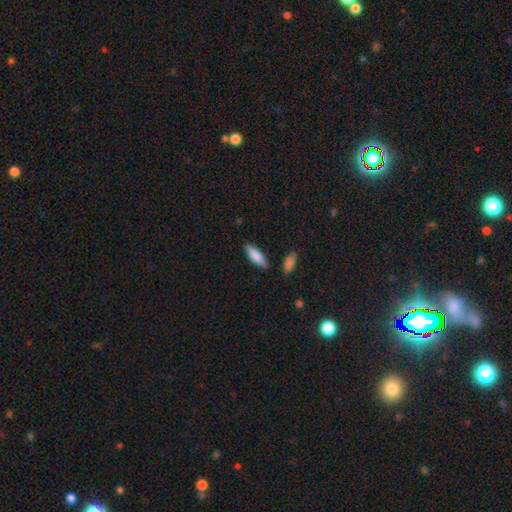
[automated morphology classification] Smooth or featured? smooth (81%)
How rounded? in between (57%)
Merging? none (81%)